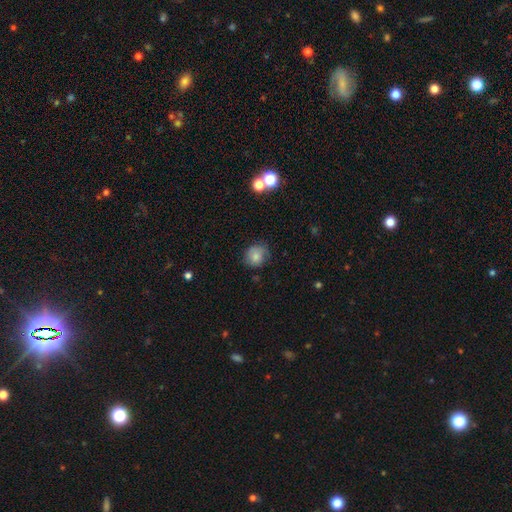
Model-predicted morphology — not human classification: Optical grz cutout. It shows a smooth galaxy with no disk features (78%) that is round (77%). Merging: none (68%).